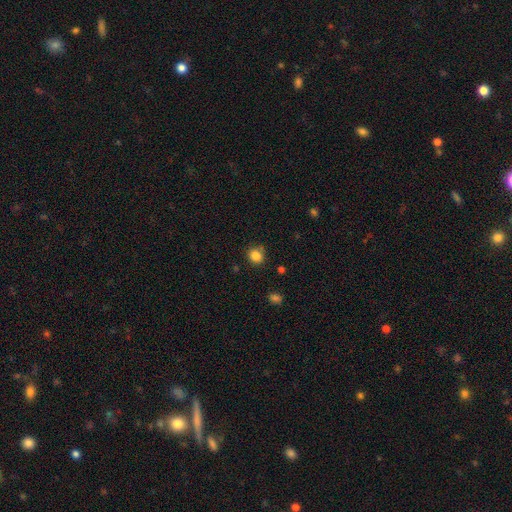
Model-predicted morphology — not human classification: Q: Smooth or featured?
A: smooth (84%); runner-up: star or artifact (11%)
Q: How rounded?
A: round (76%); runner-up: in between (23%)
Q: Merging?
A: none (78%); runner-up: minor disturbance (15%)